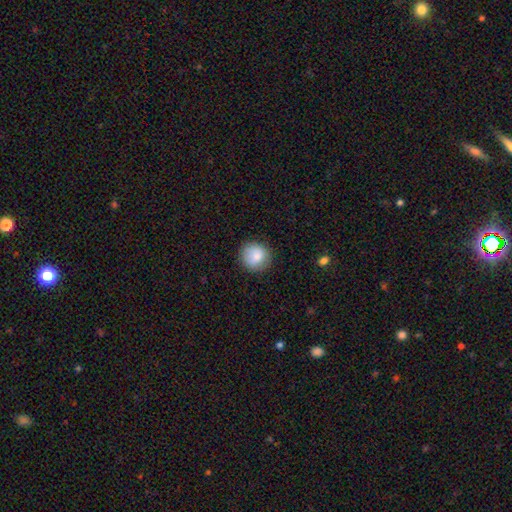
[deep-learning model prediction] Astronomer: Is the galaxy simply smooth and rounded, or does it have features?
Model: smooth — 84%.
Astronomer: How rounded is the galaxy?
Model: round — 91%.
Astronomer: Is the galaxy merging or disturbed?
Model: none — 86%.